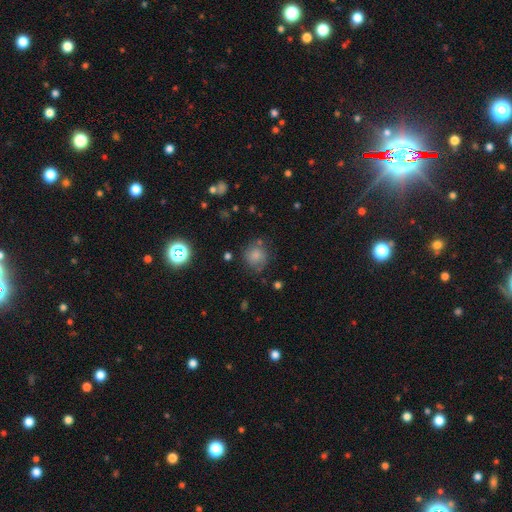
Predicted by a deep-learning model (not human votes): Smooth or featured: smooth — 77% (star or artifact — 14%)
How rounded: round — 87% (in between — 12%)
Merging: none — 72% (minor disturbance — 17%)